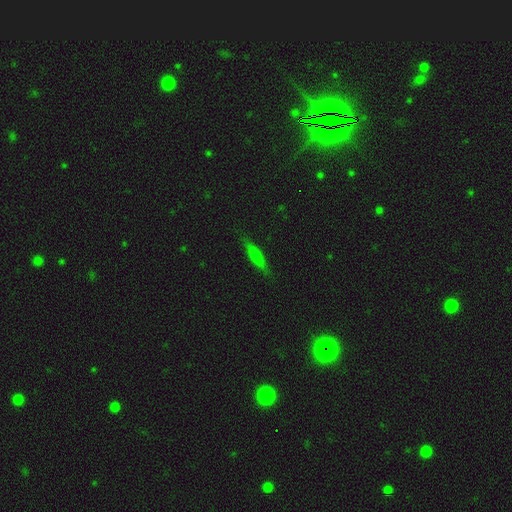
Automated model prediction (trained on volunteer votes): A smooth galaxy with no disk features (56%) that is cigar-shaped (78%).

Vote fractions:
- Smooth or featured? smooth: 56% / featured or disk: 35% / star or artifact: 9%
- How rounded? cigar-shaped: 78% / in between: 19% / round: 3%
- Merging? none: 86% / minor disturbance: 10% / major disturbance: 2% / merger: 1%